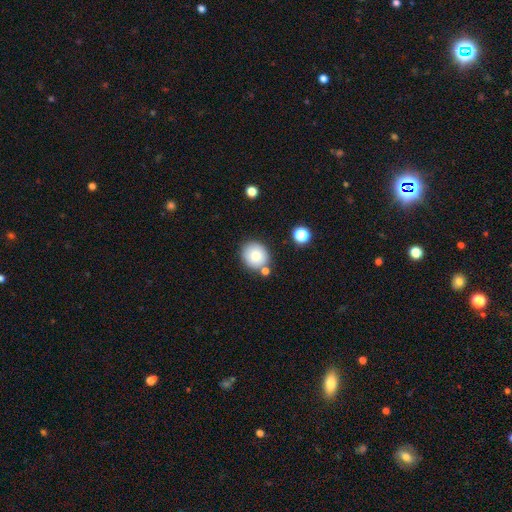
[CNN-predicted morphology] The model was most divided on "smooth or featured": smooth: 78%, featured or disk: 12%, star or artifact: 10%. More confident: how rounded — round (85%); merging — none (77%).